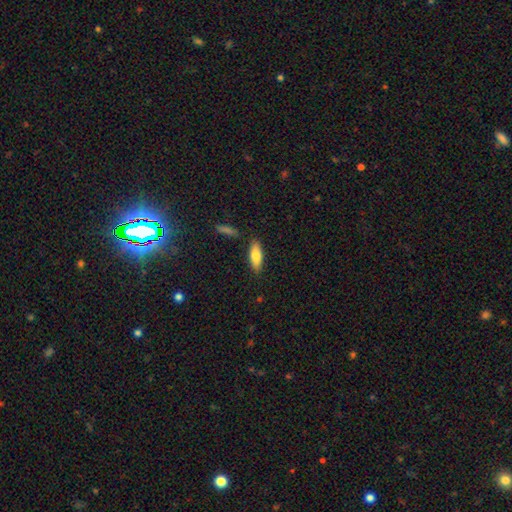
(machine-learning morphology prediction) smooth_or_featured: smooth (p=0.79) [alt: featured or disk p=0.15]
how_rounded: in between (p=0.66) [alt: cigar-shaped p=0.31]
merging: none (p=0.83) [alt: minor disturbance p=0.11]